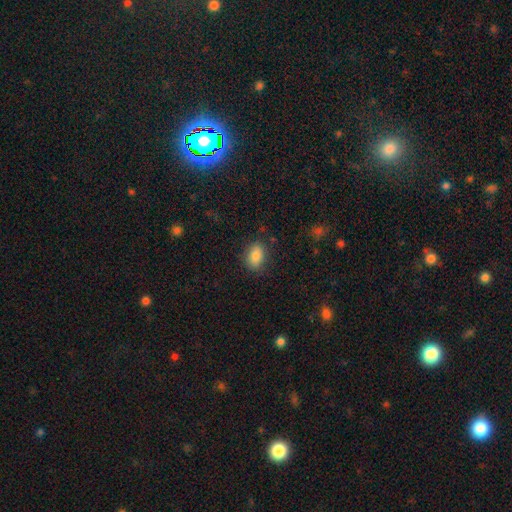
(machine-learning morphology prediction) A smooth galaxy with no disk features (86%) that is in between round and cigar-shaped (84%). Merging: none (81%).